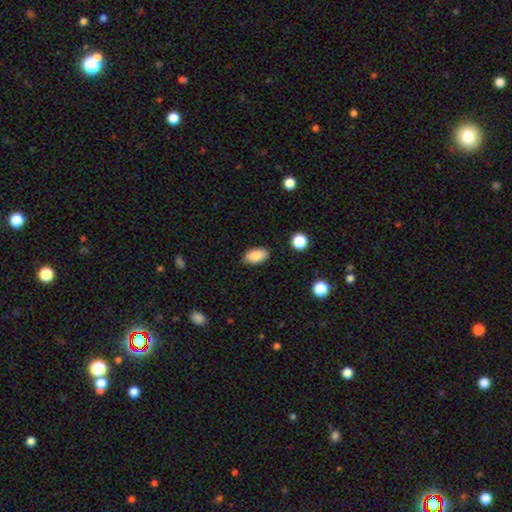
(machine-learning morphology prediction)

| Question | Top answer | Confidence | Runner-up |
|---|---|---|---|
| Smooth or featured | smooth | 88% | star or artifact (7%) |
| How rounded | in between | 93% | round (5%) |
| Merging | none | 85% | minor disturbance (11%) |